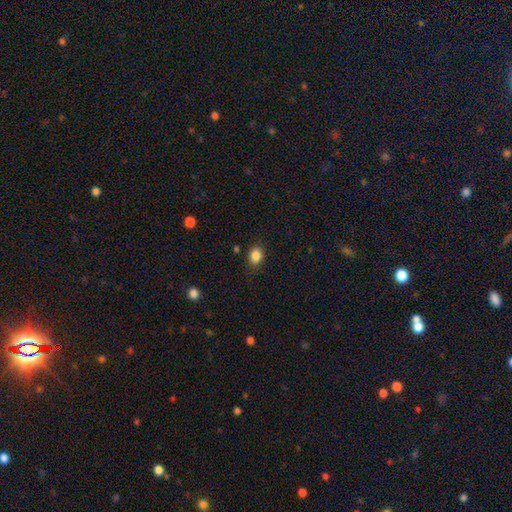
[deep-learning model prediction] Smooth or featured? smooth (86%)
How rounded? in between (62%)
Merging? none (81%)